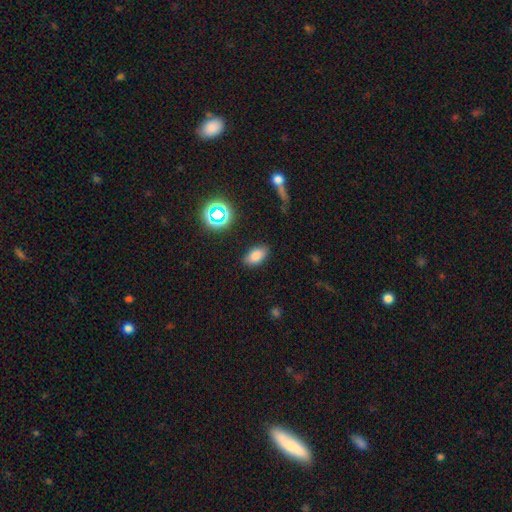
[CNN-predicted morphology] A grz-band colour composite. It shows a smooth galaxy with no disk features (78%) that is in between round and cigar-shaped (89%). Merging: none (84%).